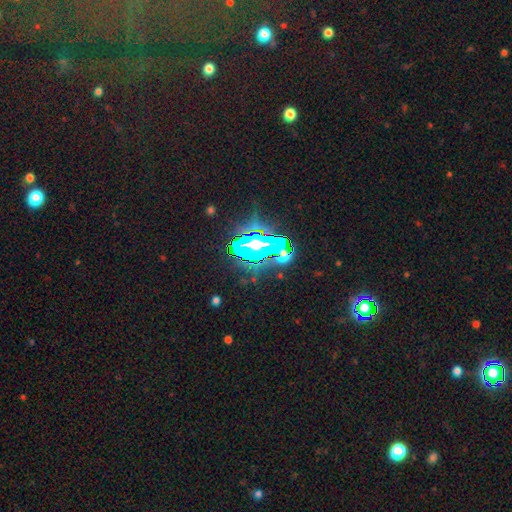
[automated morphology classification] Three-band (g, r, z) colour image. It shows a star or artifact, not a galaxy (70%).